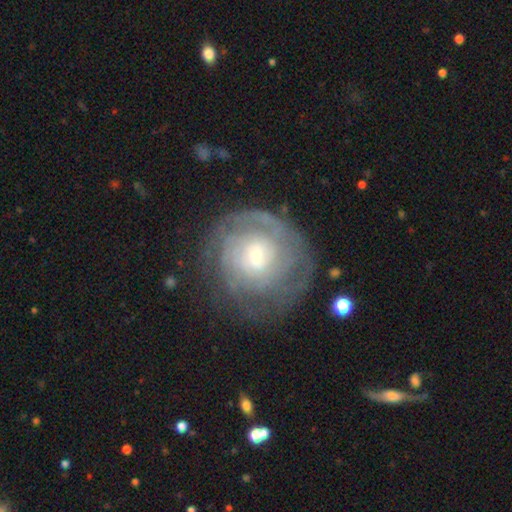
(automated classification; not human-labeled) A featured or disk galaxy (73%) with no bar (58%), tight (70%) spiral arms (84%) and a small central bulge (53%).

Vote fractions:
- Smooth or featured? featured or disk: 73% / smooth: 20% / star or artifact: 7%
- Edge-on disk? no: 97% / yes: 3%
- Bar? no: 58% / weak: 35% / strong: 7%
- Spiral arms? yes: 84% / no: 16%
- Spiral winding? tight: 70% / medium: 22% / loose: 8%
- Spiral arm count? can't tell: 55% / 2: 16% / 3: 11% / 4: 7% / 1: 6% / more than 4: 5%
- Bulge size? small: 53% / moderate: 34% / large: 8% / none: 4% / dominant: 2%
- Merging? none: 69% / minor disturbance: 17% / major disturbance: 12% / merger: 2%